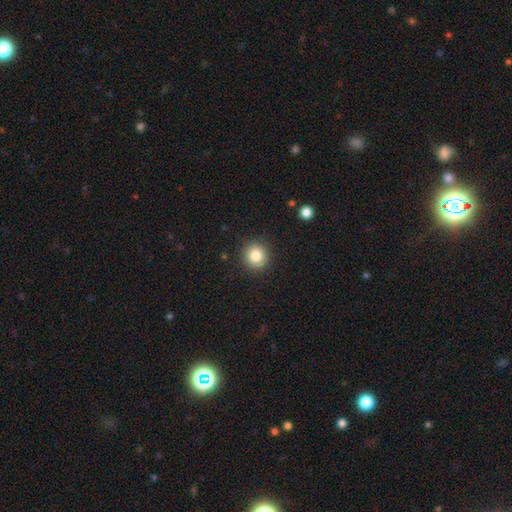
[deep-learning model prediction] The model was most divided on "smooth or featured": smooth: 83%, star or artifact: 10%, featured or disk: 7%. More confident: how rounded — round (92%); merging — none (91%).